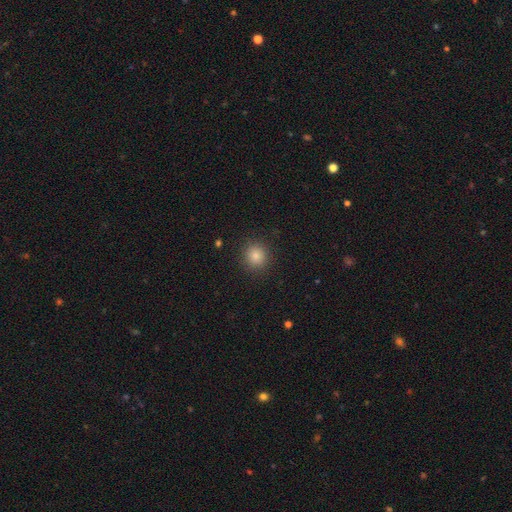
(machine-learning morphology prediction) A smooth galaxy with no disk features (84%) that is round (89%).

Vote fractions:
- Smooth or featured? smooth: 84% / star or artifact: 11% / featured or disk: 5%
- How rounded? round: 89% / in between: 10% / cigar-shaped: 1%
- Merging? none: 90% / minor disturbance: 7% / major disturbance: 3% / merger: 1%